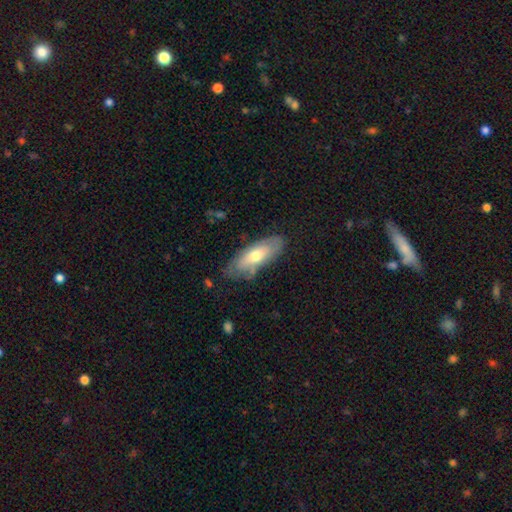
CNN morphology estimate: Smooth or featured? Predicted: smooth (p=0.58). How rounded? Predicted: in between (p=0.73). Merging? Predicted: none (p=0.72).